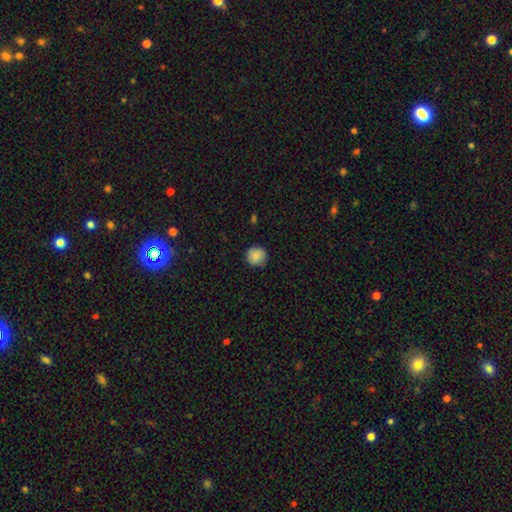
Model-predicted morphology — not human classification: type=smooth (86%); roundness=round (93%); merging=none (84%).